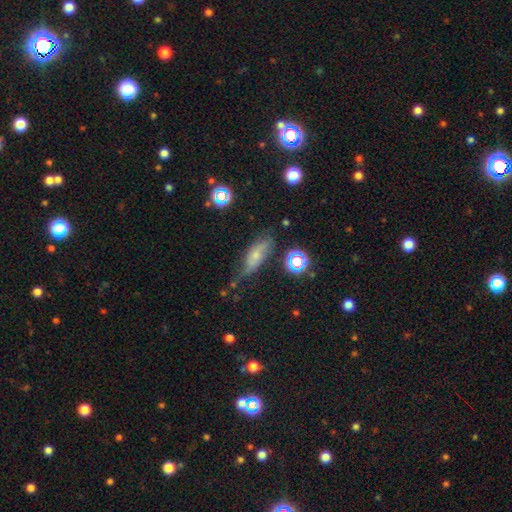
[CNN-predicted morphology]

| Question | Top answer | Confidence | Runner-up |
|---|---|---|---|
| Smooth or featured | smooth | 53% | featured or disk (31%) |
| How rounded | in between | 64% | cigar-shaped (30%) |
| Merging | none | 50% | minor disturbance (33%) |